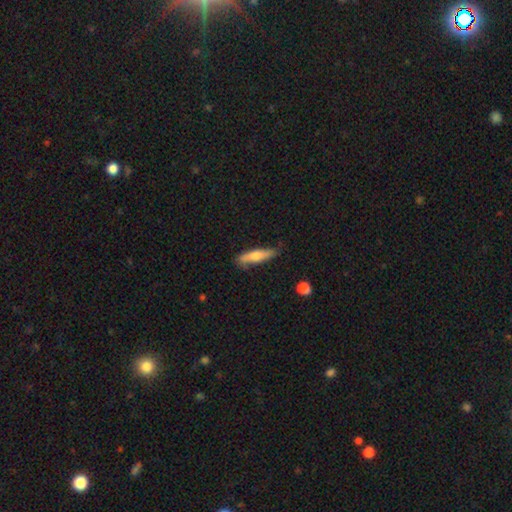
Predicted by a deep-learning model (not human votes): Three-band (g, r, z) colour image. It shows a smooth galaxy with no disk features (63%) that is cigar-shaped (79%). Merging: none (73%).